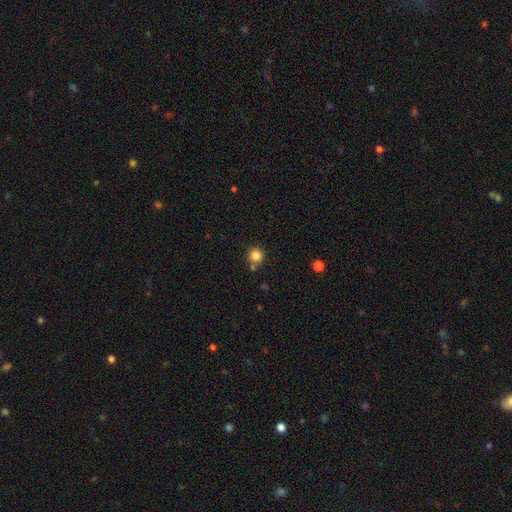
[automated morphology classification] Smooth or featured? Predicted: smooth (p=0.84). How rounded? Predicted: round (p=0.94). Merging? Predicted: none (p=0.80).